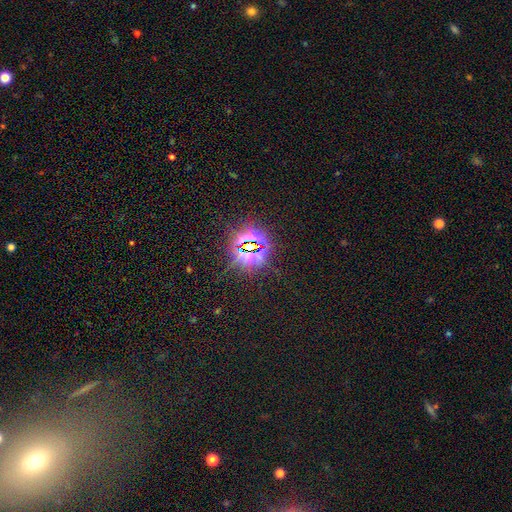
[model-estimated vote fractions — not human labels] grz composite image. It shows a star or artifact, not a galaxy (83%).